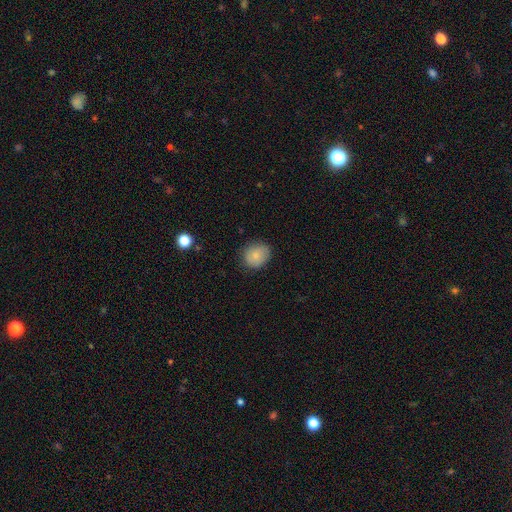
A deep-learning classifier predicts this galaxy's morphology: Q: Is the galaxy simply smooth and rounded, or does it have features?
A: smooth — 80%.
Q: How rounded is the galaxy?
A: round — 71%.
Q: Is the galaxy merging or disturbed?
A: none — 80%.